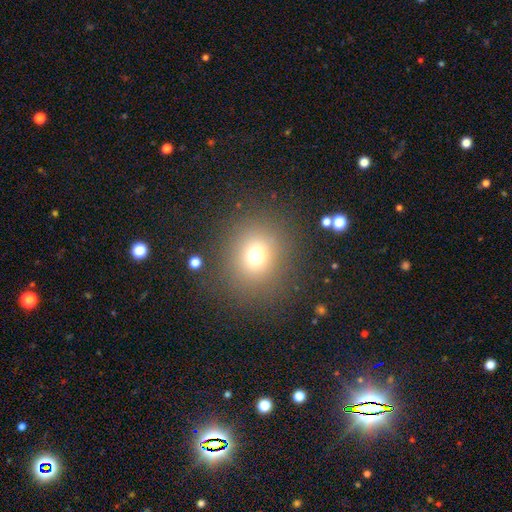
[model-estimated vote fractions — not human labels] The model was most divided on "smooth or featured": smooth: 70%, star or artifact: 21%, featured or disk: 9%. More confident: merging — none (85%); how rounded — round (84%).